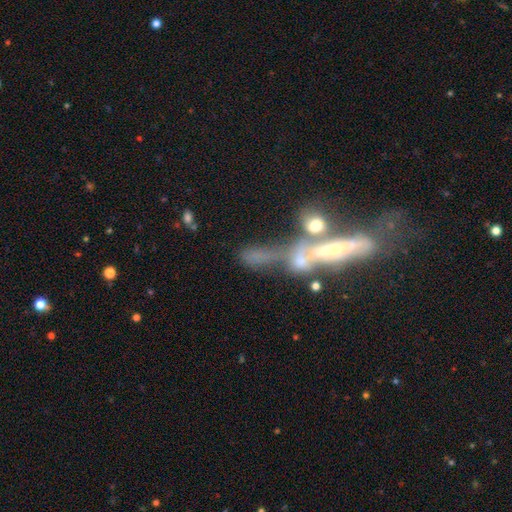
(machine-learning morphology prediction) The model was most divided on "smooth or featured": smooth: 43%, featured or disk: 37%, star or artifact: 20%. More confident: merging — merger (56%).